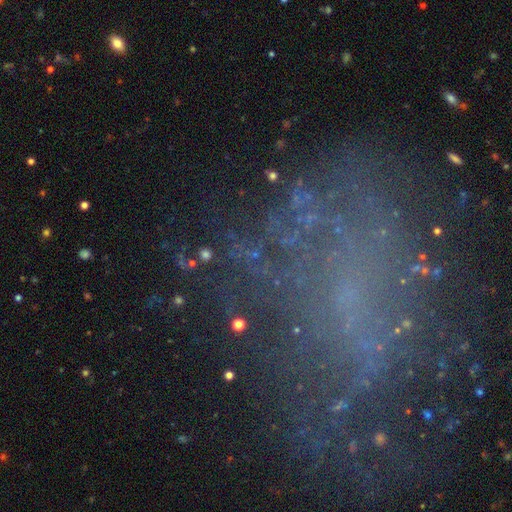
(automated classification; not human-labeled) The model was most divided on "smooth or featured": star or artifact: 43%, featured or disk: 37%, smooth: 19%.